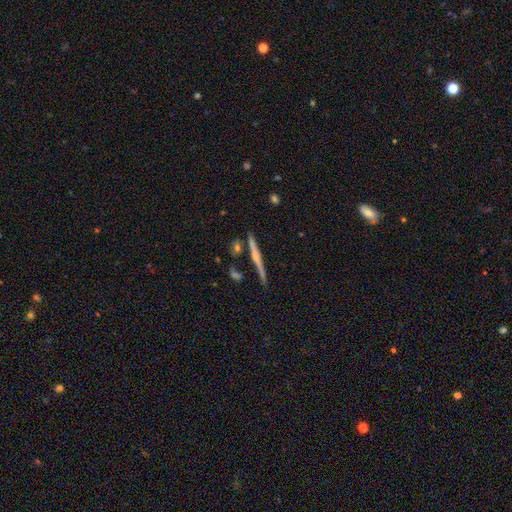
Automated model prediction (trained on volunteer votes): Smooth or featured? featured or disk (67%)
Edge-on disk? yes (97%)
Edge-on bulge? rounded (56%)
Merging? none (83%)